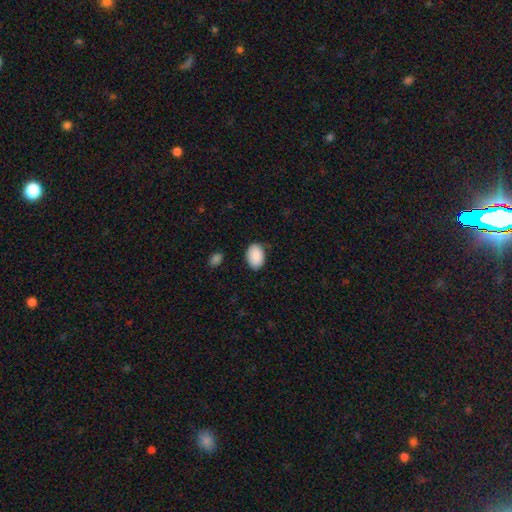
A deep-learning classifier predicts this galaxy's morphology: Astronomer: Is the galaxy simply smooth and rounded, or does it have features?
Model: smooth — 90%.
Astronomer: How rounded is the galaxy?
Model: in between — 85%.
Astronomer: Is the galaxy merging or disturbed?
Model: none — 82%.